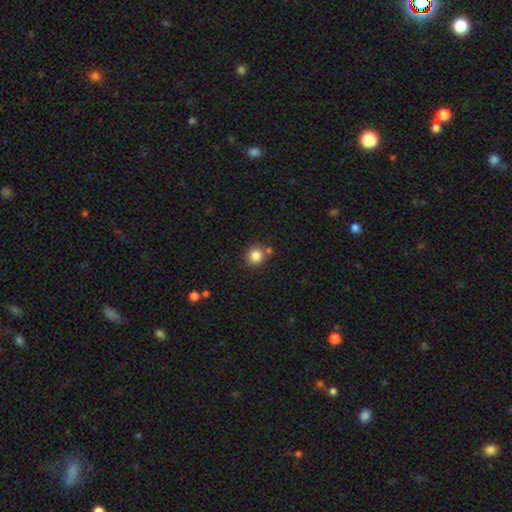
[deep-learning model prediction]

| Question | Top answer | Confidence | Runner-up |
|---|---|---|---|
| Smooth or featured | smooth | 84% | star or artifact (11%) |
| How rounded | round | 92% | in between (7%) |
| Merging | none | 76% | merger (13%) |